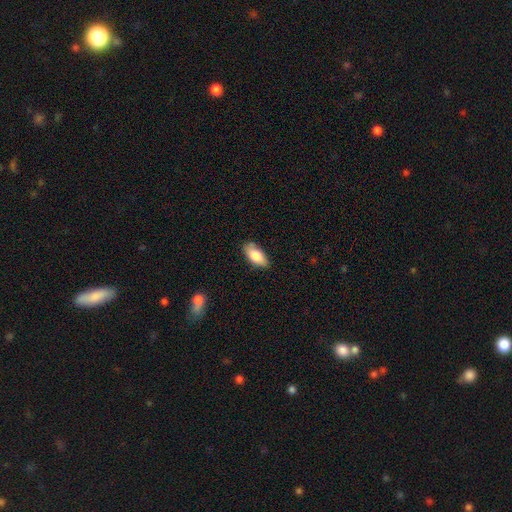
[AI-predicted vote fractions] A smooth galaxy with no disk features (81%) that is in between round and cigar-shaped (90%). Merging: none (79%).